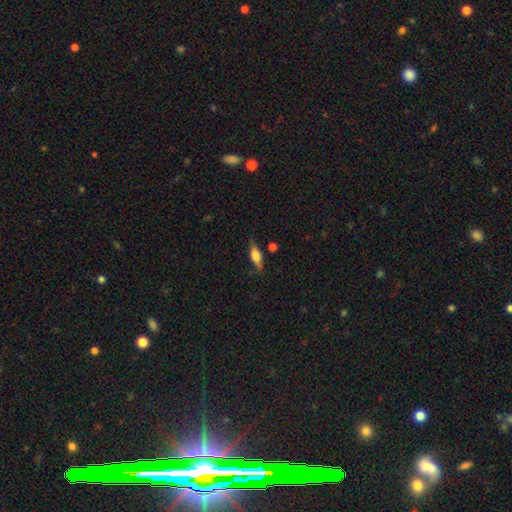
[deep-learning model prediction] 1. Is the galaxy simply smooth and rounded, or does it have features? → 57% smooth, 35% featured or disk, 8% star or artifact.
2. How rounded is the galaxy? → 59% in between, 37% cigar-shaped, 4% round.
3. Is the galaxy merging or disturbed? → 73% none, 19% minor disturbance, 5% major disturbance, 3% merger.